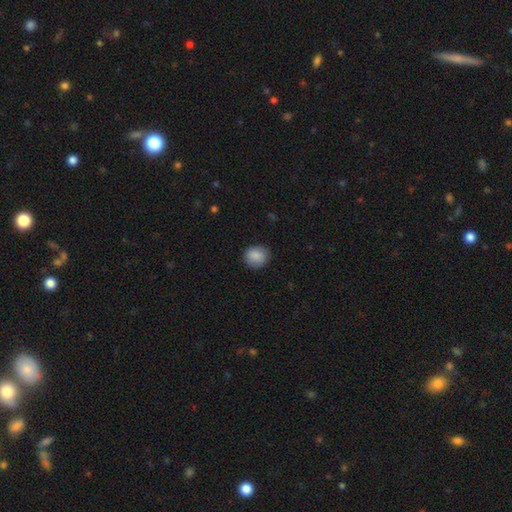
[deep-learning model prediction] A smooth galaxy with no disk features (88%) that is round (78%). Merging: none (85%).